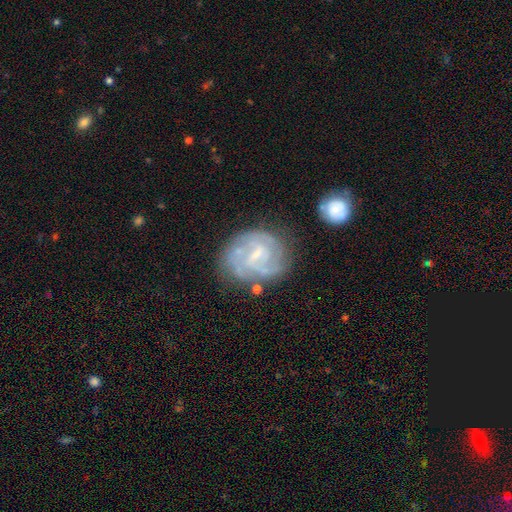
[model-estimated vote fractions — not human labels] Smooth or featured?
  - featured or disk: 77% *
  - smooth: 16%
  - star or artifact: 7%
Edge-on disk?
  - no: 98% *
  - yes: 2%
Bar?
  - weak: 56% *
  - no: 29%
  - strong: 15%
Spiral arms?
  - yes: 88% *
  - no: 12%
Spiral winding?
  - tight: 51% *
  - medium: 37%
  - loose: 12%
Spiral arm count?
  - can't tell: 34% *
  - 2: 32%
  - 3: 19%
  - 4: 6%
  - 1: 5%
  - more than 4: 4%
Bulge size?
  - small: 59% *
  - moderate: 20%
  - none: 18%
  - large: 1%
  - dominant: 1%
Merging?
  - none: 62% *
  - minor disturbance: 21%
  - major disturbance: 12%
  - merger: 5%